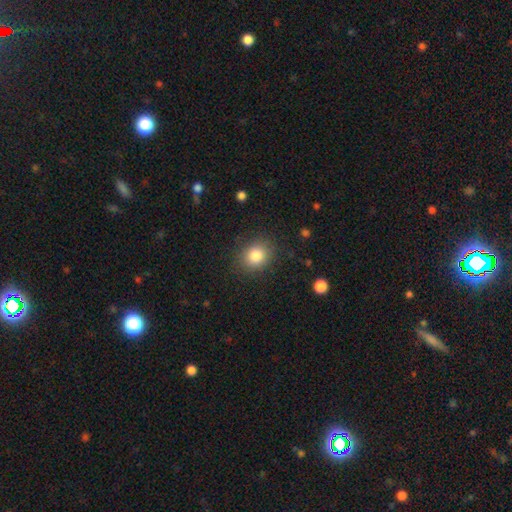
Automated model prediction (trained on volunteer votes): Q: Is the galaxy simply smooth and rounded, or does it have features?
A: smooth — 83%.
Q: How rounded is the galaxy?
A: round — 65%.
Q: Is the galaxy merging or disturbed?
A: none — 86%.